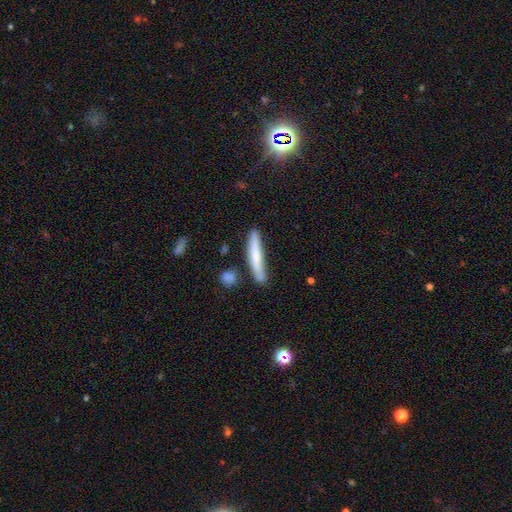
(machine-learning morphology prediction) Smooth or featured? smooth (67%)
How rounded? cigar-shaped (94%)
Merging? none (76%)